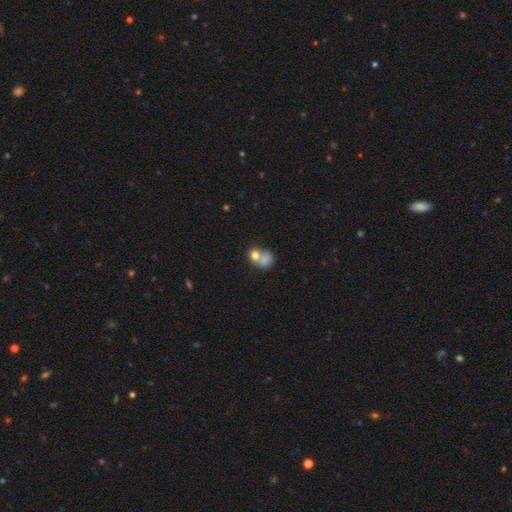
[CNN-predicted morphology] Smooth or featured?
  - smooth: 72% *
  - featured or disk: 18%
  - star or artifact: 10%
How rounded?
  - round: 62% *
  - in between: 37%
  - cigar-shaped: 1%
Merging?
  - merger: 60% *
  - none: 26%
  - minor disturbance: 8%
  - major disturbance: 6%